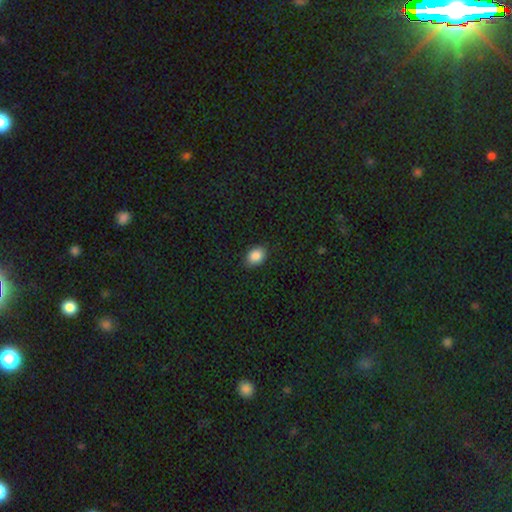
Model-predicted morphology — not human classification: smooth_or_featured: smooth (p=0.88) [alt: star or artifact p=0.08]
how_rounded: in between (p=0.72) [alt: round p=0.27]
merging: none (p=0.87) [alt: minor disturbance p=0.10]